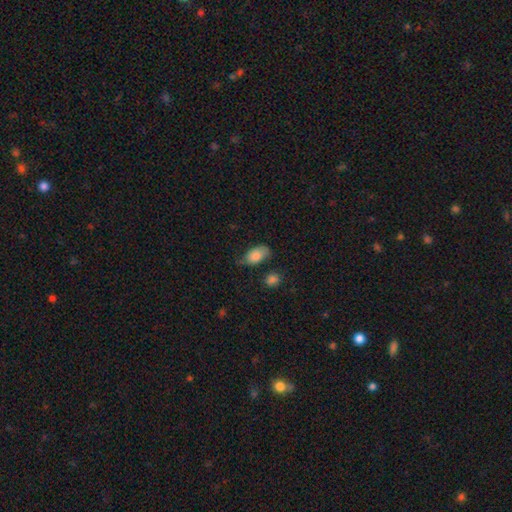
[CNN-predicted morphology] Q: Smooth or featured?
A: smooth (81%); runner-up: featured or disk (11%)
Q: How rounded?
A: in between (92%); runner-up: round (5%)
Q: Merging?
A: none (55%); runner-up: minor disturbance (32%)